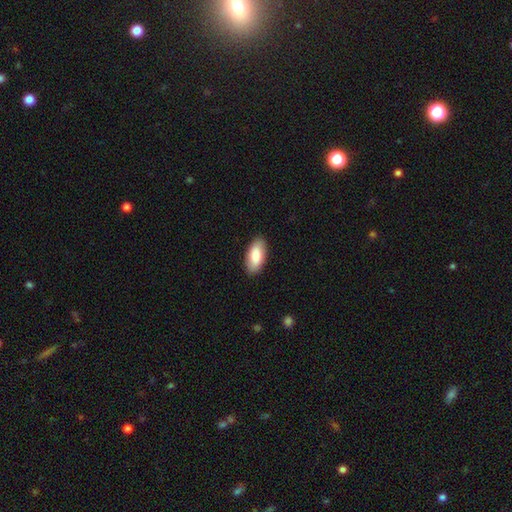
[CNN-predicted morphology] The model was most divided on "smooth or featured": smooth: 85%, featured or disk: 9%, star or artifact: 5%. More confident: how rounded — in between (92%); merging — none (89%).